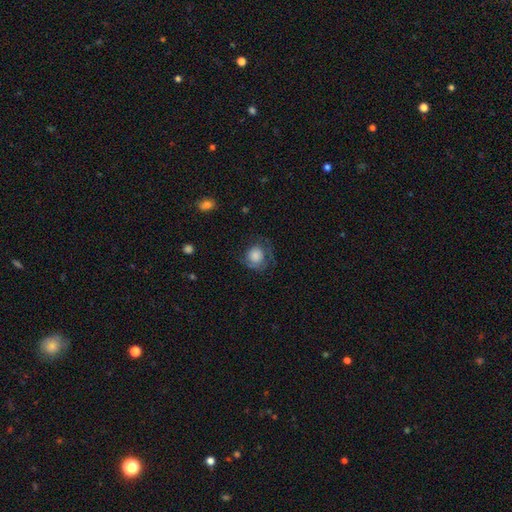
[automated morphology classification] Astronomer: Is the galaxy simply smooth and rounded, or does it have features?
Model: smooth — 70%.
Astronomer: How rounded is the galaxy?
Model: round — 82%.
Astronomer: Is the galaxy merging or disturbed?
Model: none — 52%.